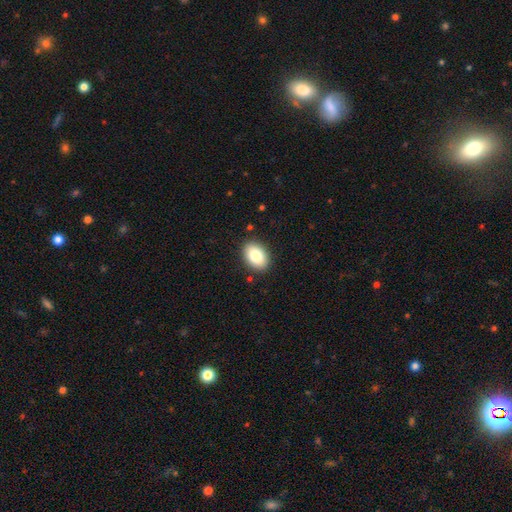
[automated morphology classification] Smooth or featured? Predicted: smooth (p=0.83). How rounded? Predicted: in between (p=0.81). Merging? Predicted: none (p=0.89).